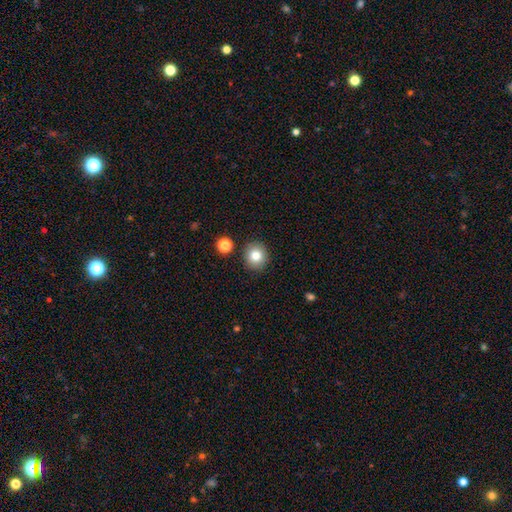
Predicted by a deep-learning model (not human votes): Morphology: type=smooth (81%); roundness=round (88%); merging=none (88%).